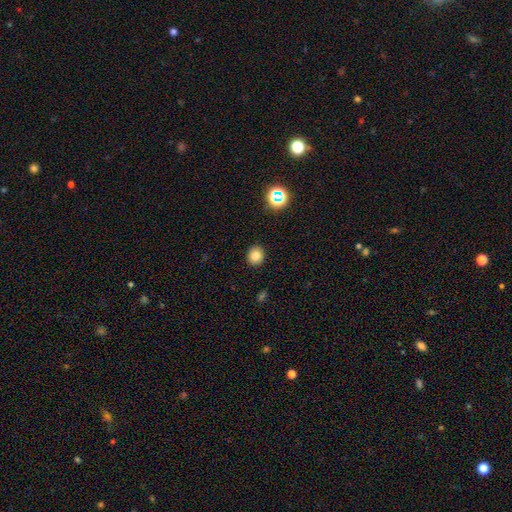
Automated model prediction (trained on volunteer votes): Smooth or featured?
  - smooth: 81% *
  - star or artifact: 13%
  - featured or disk: 6%
How rounded?
  - round: 82% *
  - in between: 17%
  - cigar-shaped: 1%
Merging?
  - none: 91% *
  - minor disturbance: 6%
  - major disturbance: 2%
  - merger: 1%